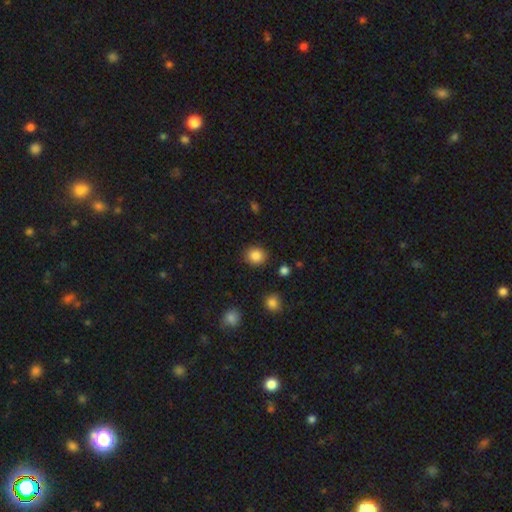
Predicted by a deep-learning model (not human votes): Morphology: type=smooth (86%); roundness=round (78%); merging=none (88%).